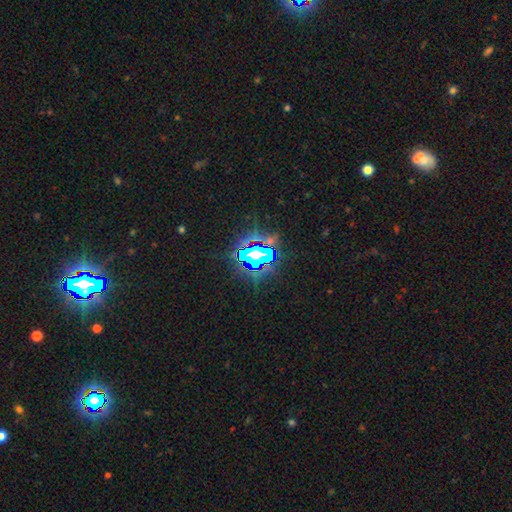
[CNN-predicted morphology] Smooth or featured? star or artifact (83%)